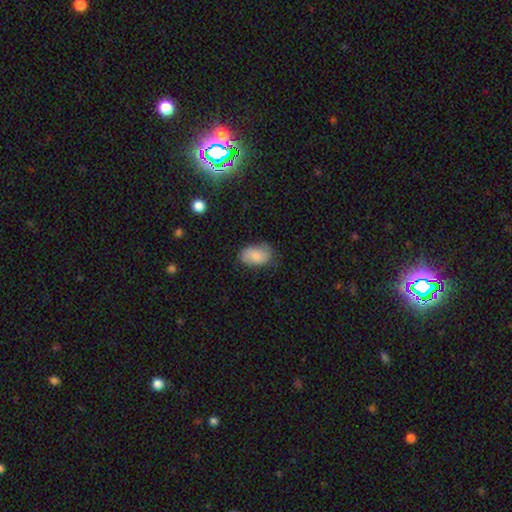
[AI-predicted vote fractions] Smooth or featured: smooth — 79% (featured or disk — 14%)
How rounded: in between — 90% (round — 9%)
Merging: none — 67% (minor disturbance — 25%)